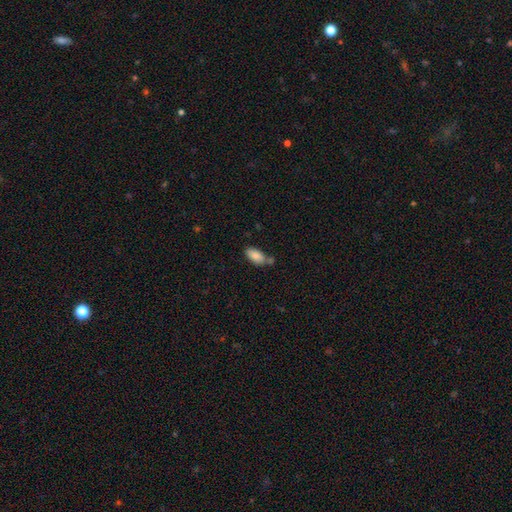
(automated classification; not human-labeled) Smooth or featured: smooth — 83% (featured or disk — 10%)
How rounded: in between — 92% (cigar-shaped — 6%)
Merging: none — 58% (merger — 19%)